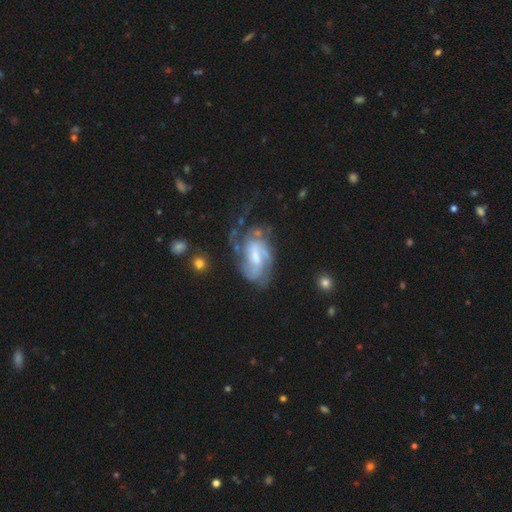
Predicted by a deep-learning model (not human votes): The model was most divided on "spiral winding": medium: 45%, tight: 37%, loose: 18%. Remaining: edge-on disk — no (97%); spiral arms — yes (93%); smooth or featured — featured or disk (83%); bar — weak (52%); merging — none (50%); bulge size — moderate (46%); spiral arm count — 2 (44%).